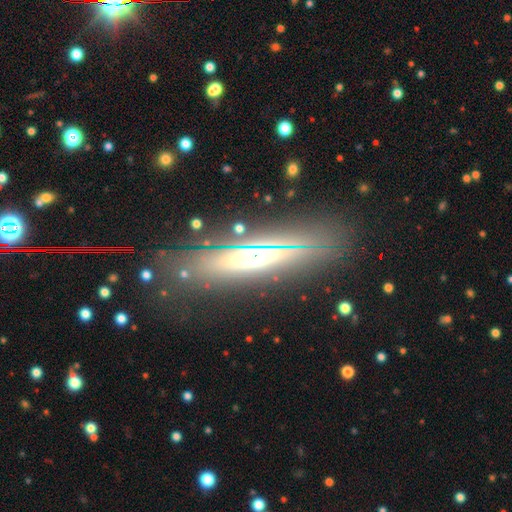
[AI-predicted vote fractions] smooth_or_featured: featured or disk (p=0.65) [alt: smooth p=0.23]
disk_edge_on: yes (p=0.81) [alt: no p=0.19]
edge_on_bulge: rounded (p=0.70) [alt: none p=0.20]
merging: none (p=0.81) [alt: minor disturbance p=0.12]